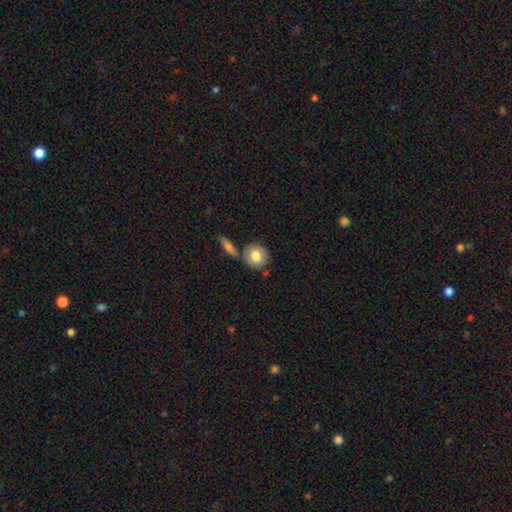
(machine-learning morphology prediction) A smooth galaxy with no disk features (76%) that is round (79%). Merging: none (65%).